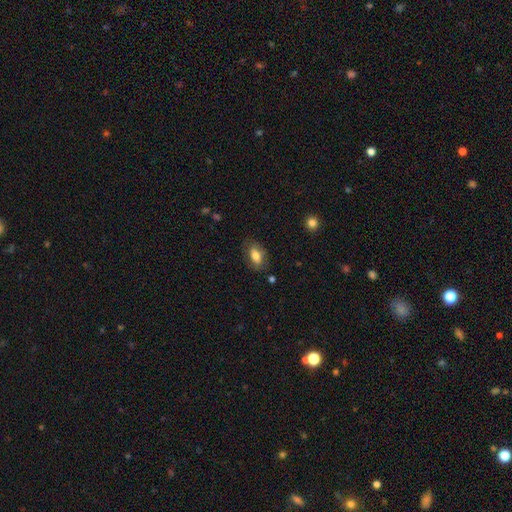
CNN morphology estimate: Smooth or featured?
  - smooth: 75% *
  - featured or disk: 18%
  - star or artifact: 7%
How rounded?
  - in between: 90% *
  - round: 6%
  - cigar-shaped: 4%
Merging?
  - none: 77% *
  - minor disturbance: 16%
  - major disturbance: 5%
  - merger: 2%